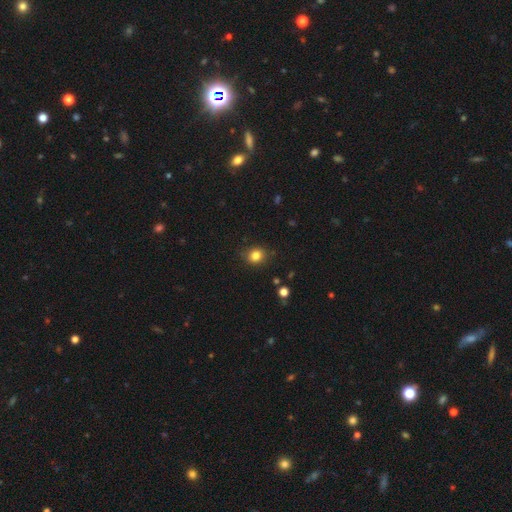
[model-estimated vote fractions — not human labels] Morphology: type=smooth (83%); roundness=round (72%); merging=none (85%).